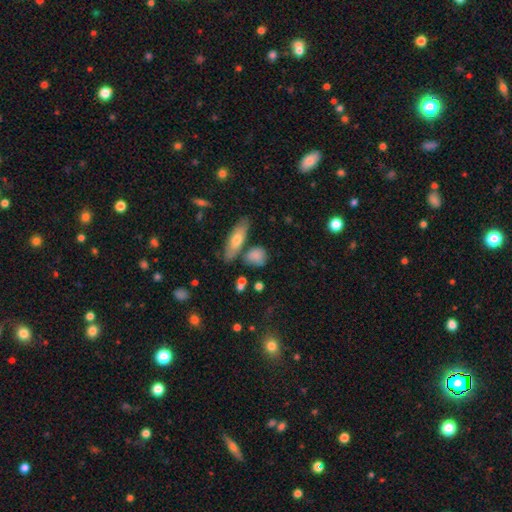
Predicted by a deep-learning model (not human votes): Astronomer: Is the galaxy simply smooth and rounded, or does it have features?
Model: smooth — 80%.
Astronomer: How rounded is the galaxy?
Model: round — 53% (runner-up: in between, 36%).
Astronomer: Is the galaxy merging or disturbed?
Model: none — 64%.